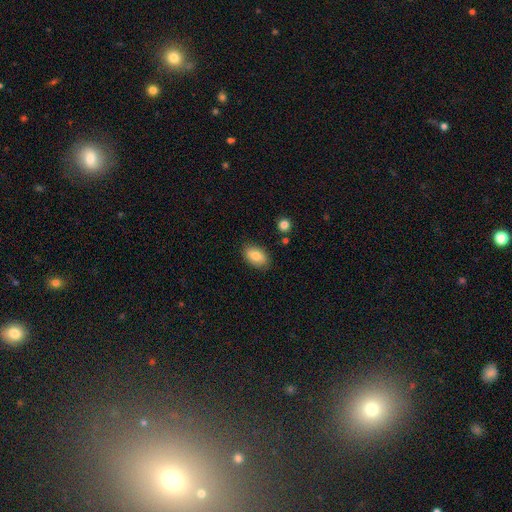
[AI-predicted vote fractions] Smooth or featured? Predicted: smooth (p=0.84). How rounded? Predicted: in between (p=0.91). Merging? Predicted: none (p=0.84).